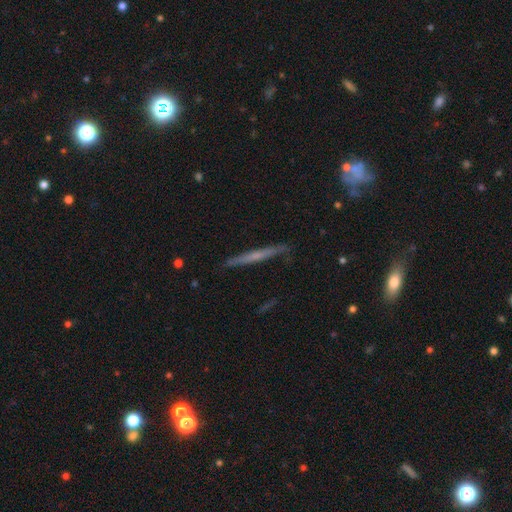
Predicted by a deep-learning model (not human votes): smooth_or_featured: featured or disk (p=0.60) [alt: smooth p=0.33]
disk_edge_on: yes (p=0.96) [alt: no p=0.04]
edge_on_bulge: none (p=0.58) [alt: rounded p=0.36]
merging: none (p=0.86) [alt: minor disturbance p=0.10]